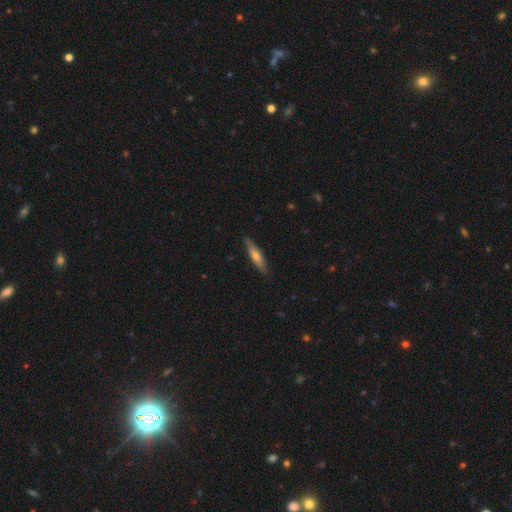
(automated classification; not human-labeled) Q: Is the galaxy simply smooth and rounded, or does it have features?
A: smooth — 52%.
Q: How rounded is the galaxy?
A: cigar-shaped — 84%.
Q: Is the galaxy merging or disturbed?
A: none — 88%.